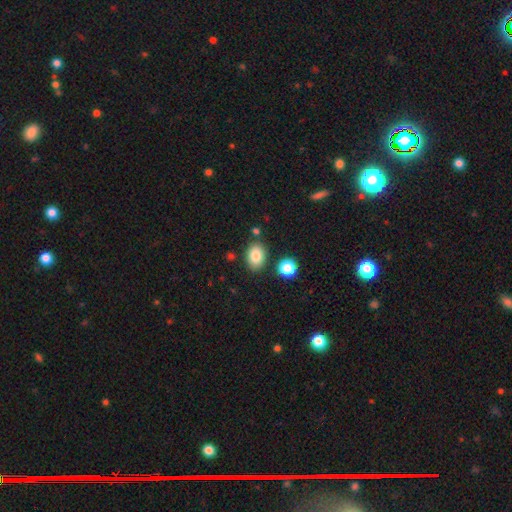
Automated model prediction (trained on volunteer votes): Smooth or featured? Predicted: smooth (p=0.84). How rounded? Predicted: in between (p=0.75). Merging? Predicted: none (p=0.81).